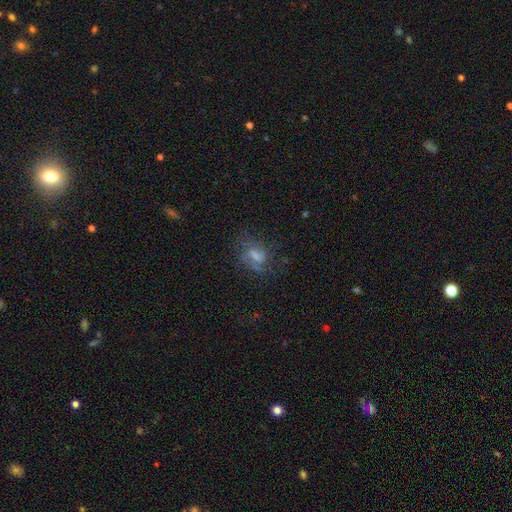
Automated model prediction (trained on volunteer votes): A featured or disk galaxy (45%). Merging: none (59%).